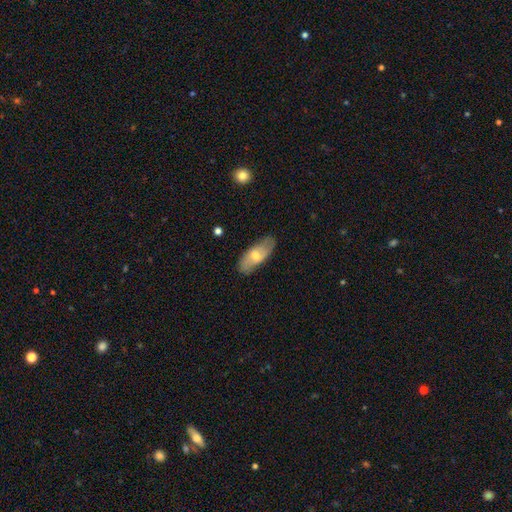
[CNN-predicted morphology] This appears to be a smooth galaxy with no disk features (51%) that is in between round and cigar-shaped (81%). Merging: none (82%).